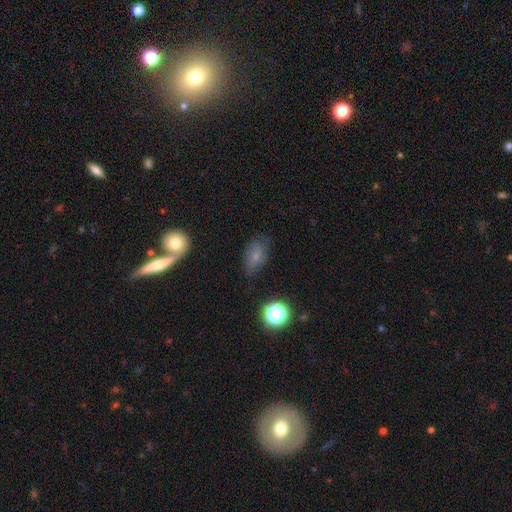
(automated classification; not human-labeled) This is likely a smooth galaxy (63%). How rounded: clearly in between (81%). Merging: possibly none (60%).